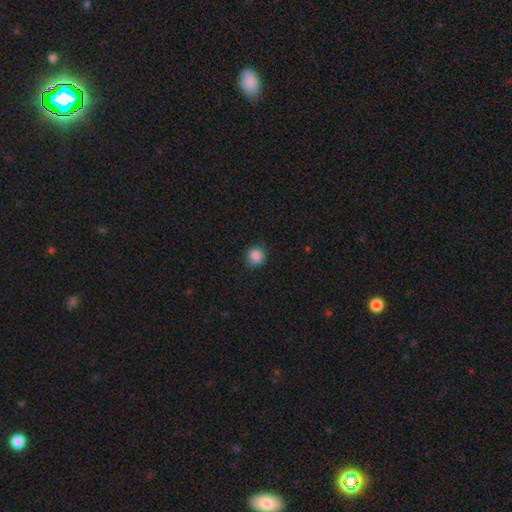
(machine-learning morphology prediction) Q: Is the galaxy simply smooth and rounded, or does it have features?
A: smooth — 86%.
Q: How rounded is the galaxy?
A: round — 82%.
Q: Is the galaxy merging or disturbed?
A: none — 80%.